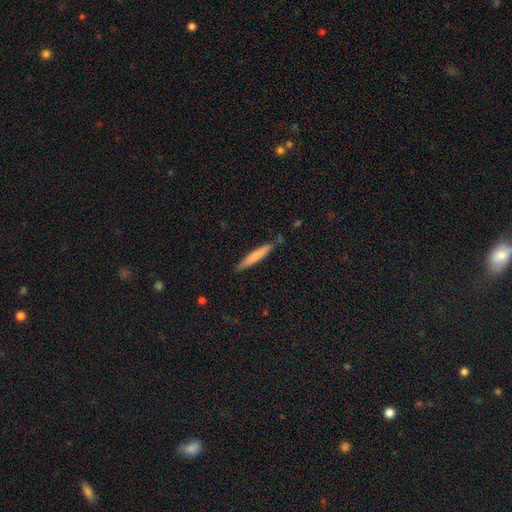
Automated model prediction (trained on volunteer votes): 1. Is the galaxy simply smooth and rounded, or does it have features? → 73% smooth, 22% featured or disk, 5% star or artifact.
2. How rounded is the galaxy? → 94% cigar-shaped, 5% in between, 1% round.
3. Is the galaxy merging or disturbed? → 83% none, 13% minor disturbance, 3% merger, 2% major disturbance.